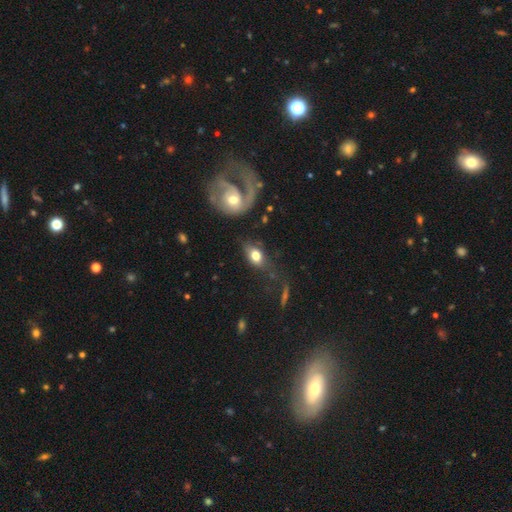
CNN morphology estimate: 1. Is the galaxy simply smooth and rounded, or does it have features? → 70% smooth, 21% featured or disk, 8% star or artifact.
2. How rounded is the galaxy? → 79% in between, 18% round, 3% cigar-shaped.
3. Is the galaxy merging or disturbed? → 48% none, 21% minor disturbance, 19% major disturbance, 12% merger.